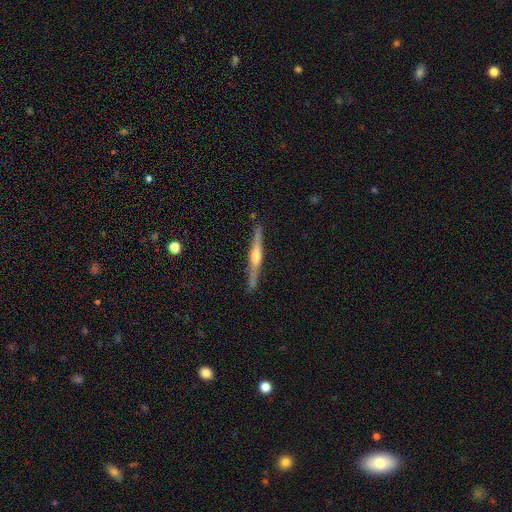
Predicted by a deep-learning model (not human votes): Smooth or featured: featured or disk — 70% (smooth — 24%)
Edge-on disk: yes — 97% (no — 3%)
Edge-on bulge: rounded — 77% (boxy — 12%)
Merging: none — 86% (minor disturbance — 10%)